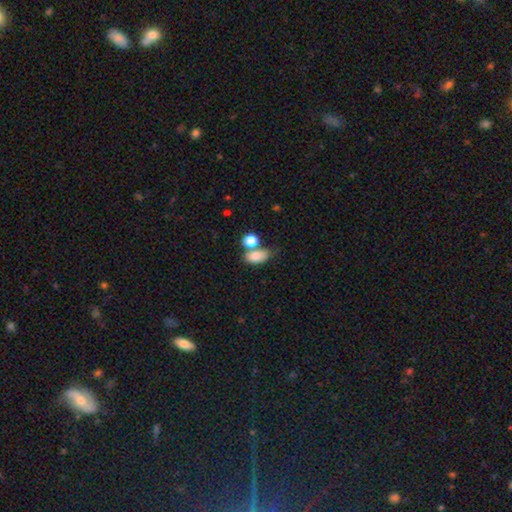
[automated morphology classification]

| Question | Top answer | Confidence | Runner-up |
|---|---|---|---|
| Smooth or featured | smooth | 81% | featured or disk (10%) |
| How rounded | in between | 83% | round (13%) |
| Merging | none | 45% | merger (35%) |